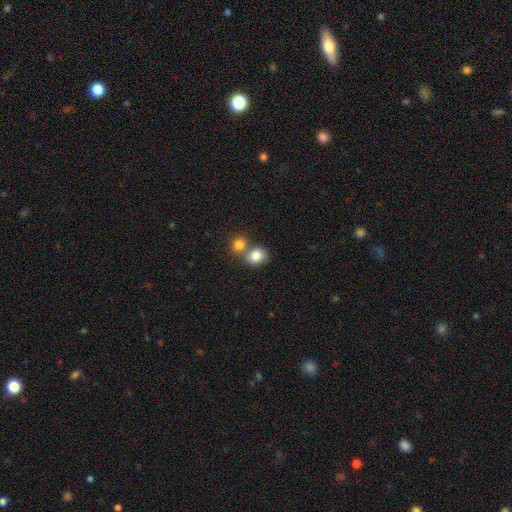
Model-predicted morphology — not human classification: A smooth galaxy with no disk features (82%) that is round (66%).

Vote fractions:
- Smooth or featured? smooth: 82% / star or artifact: 9% / featured or disk: 8%
- How rounded? round: 66% / in between: 33% / cigar-shaped: 1%
- Merging? merger: 45% / none: 43% / minor disturbance: 8% / major disturbance: 3%